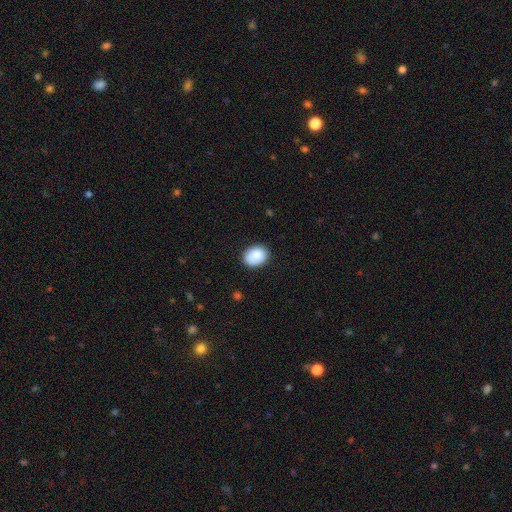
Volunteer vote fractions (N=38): Volunteers were most divided on "how rounded": in between: 66%, round: 34%, cigar-shaped: 0%. More confident: smooth or featured — smooth (92%); merging — none (92%).